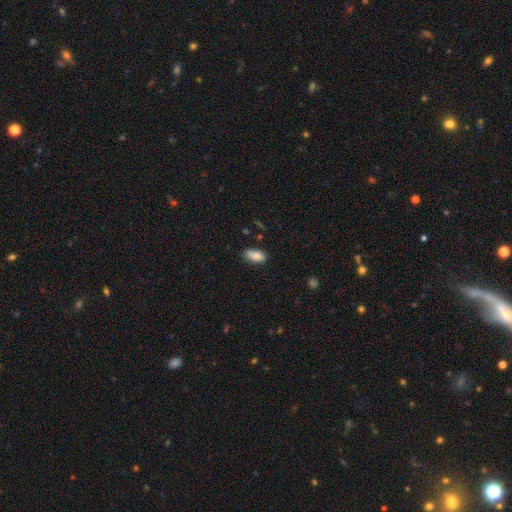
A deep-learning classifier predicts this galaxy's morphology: smooth-or-featured: smooth: 87% | star or artifact: 7% | featured or disk: 6%
  how-rounded: in between: 89% | cigar-shaped: 8% | round: 3%
  merging: none: 75% | minor disturbance: 20% | major disturbance: 3% | merger: 2%